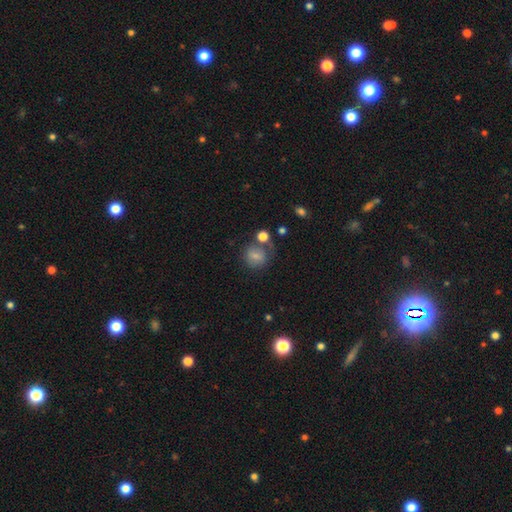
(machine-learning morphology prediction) Smooth or featured: smooth — 73% (featured or disk — 17%)
How rounded: round — 79% (in between — 20%)
Merging: none — 57% (minor disturbance — 17%)